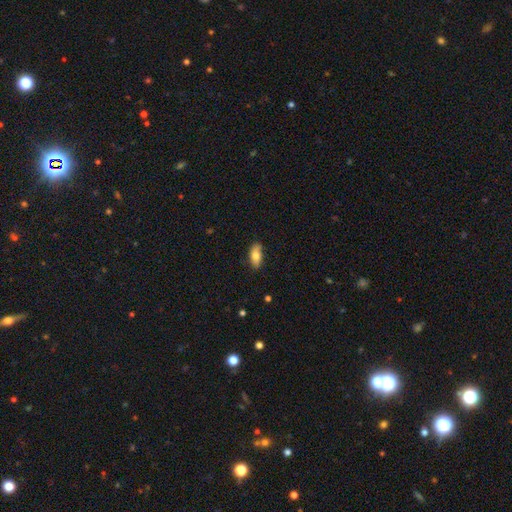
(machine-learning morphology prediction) A smooth galaxy with no disk features (76%) that is in between round and cigar-shaped (88%). Merging: none (82%).